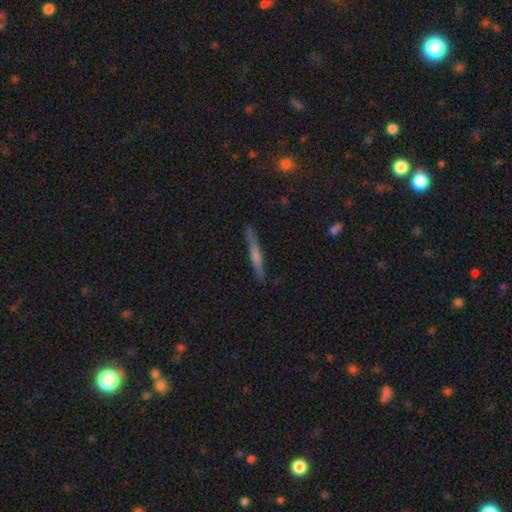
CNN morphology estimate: A featured or disk galaxy (59%) viewed edge-on (94%) with a rounded central bulge (70%).

Vote fractions:
- Smooth or featured? featured or disk: 59% / smooth: 28% / star or artifact: 14%
- Edge-on disk? yes: 94% / no: 6%
- Edge-on bulge? rounded: 70% / none: 20% / boxy: 10%
- Merging? none: 87% / minor disturbance: 9% / major disturbance: 2% / merger: 2%